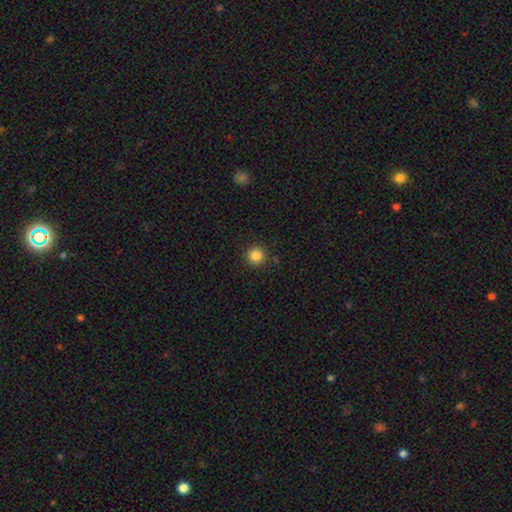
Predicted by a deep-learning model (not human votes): Q: Smooth or featured?
A: smooth (85%); runner-up: star or artifact (11%)
Q: How rounded?
A: round (95%); runner-up: in between (4%)
Q: Merging?
A: none (90%); runner-up: minor disturbance (7%)